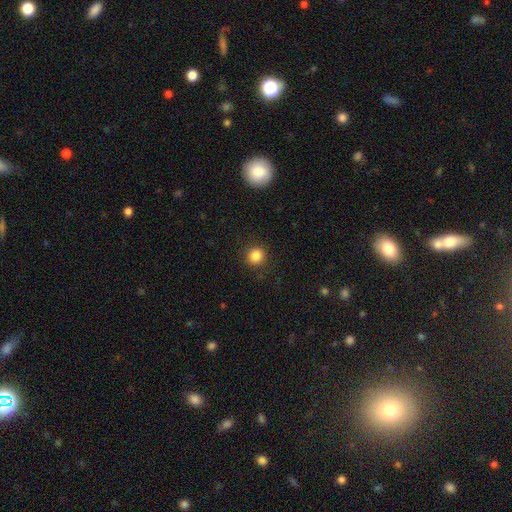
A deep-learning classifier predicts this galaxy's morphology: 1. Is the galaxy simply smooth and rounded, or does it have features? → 84% smooth, 12% star or artifact, 4% featured or disk.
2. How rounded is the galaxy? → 88% round, 11% in between, 1% cigar-shaped.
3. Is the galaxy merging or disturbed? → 90% none, 7% minor disturbance, 2% major disturbance, 1% merger.